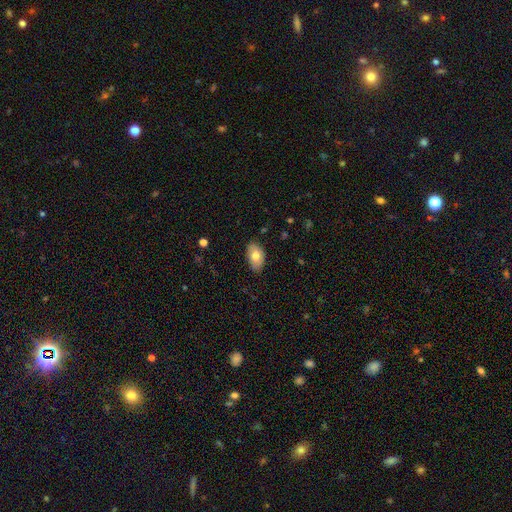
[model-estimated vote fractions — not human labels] The model was most divided on "smooth or featured": smooth: 73%, featured or disk: 20%, star or artifact: 7%. More confident: how rounded — in between (93%); merging — none (82%).